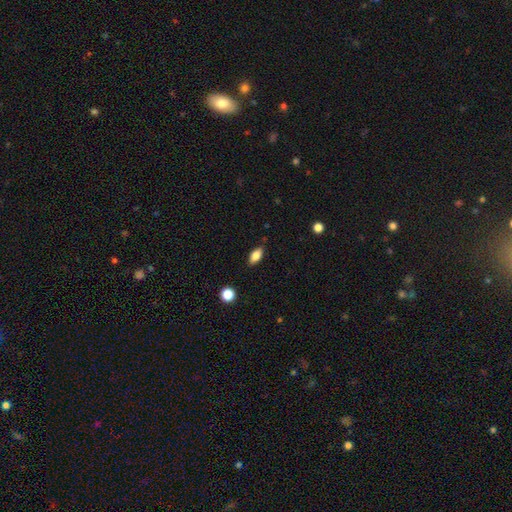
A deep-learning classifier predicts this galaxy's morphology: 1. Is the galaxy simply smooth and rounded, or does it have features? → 82% smooth, 10% featured or disk, 8% star or artifact.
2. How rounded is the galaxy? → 88% in between, 7% cigar-shaped, 4% round.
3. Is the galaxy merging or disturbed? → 85% none, 11% minor disturbance, 2% major disturbance, 1% merger.